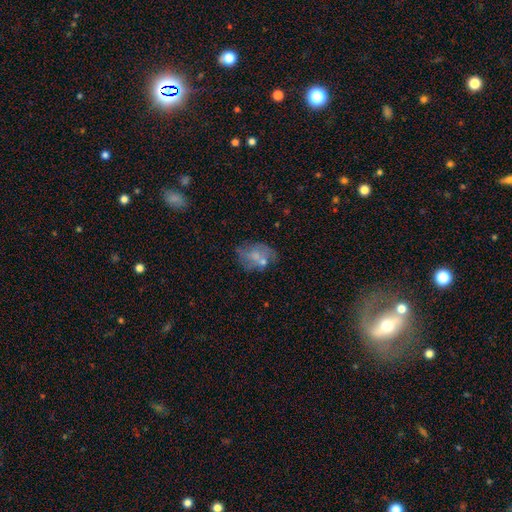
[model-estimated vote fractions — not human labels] smooth_or_featured: smooth (p=0.48) [alt: featured or disk p=0.42]
merging: none (p=0.46) [alt: minor disturbance p=0.25]